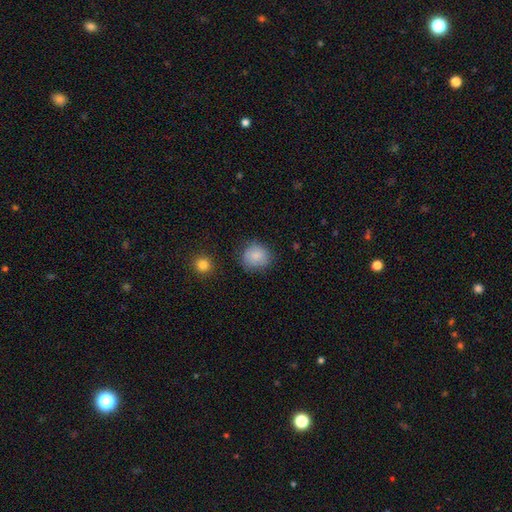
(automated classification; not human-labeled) Overall: smooth (83%). How rounded: round (85%). Merging: none (77%).